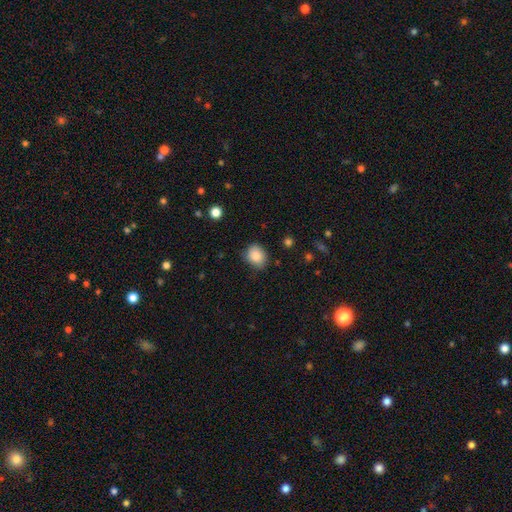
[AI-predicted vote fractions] Smooth or featured?
  - smooth: 84% *
  - star or artifact: 9%
  - featured or disk: 7%
How rounded?
  - round: 61% *
  - in between: 38%
  - cigar-shaped: 1%
Merging?
  - none: 74% *
  - minor disturbance: 21%
  - major disturbance: 4%
  - merger: 2%